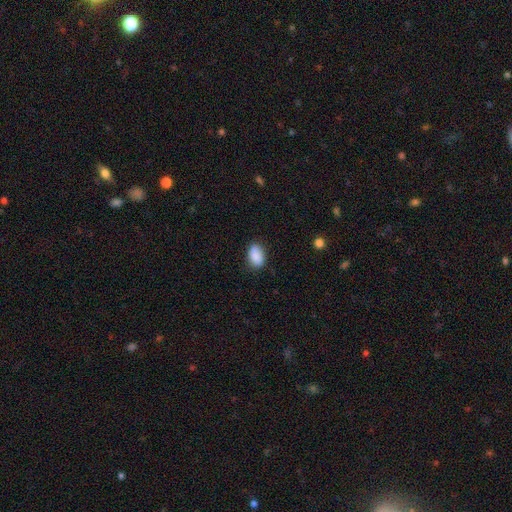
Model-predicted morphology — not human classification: smooth 89%, star or artifact 7%, featured or disk 4%. Down the decision tree: how rounded — in between (90%); merging — none (82%).